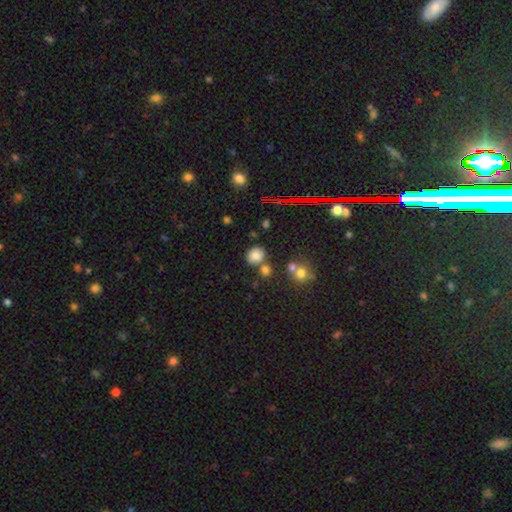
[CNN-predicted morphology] This is likely a smooth galaxy (77%). How rounded: clearly round (81%). Merging: likely none (70%).